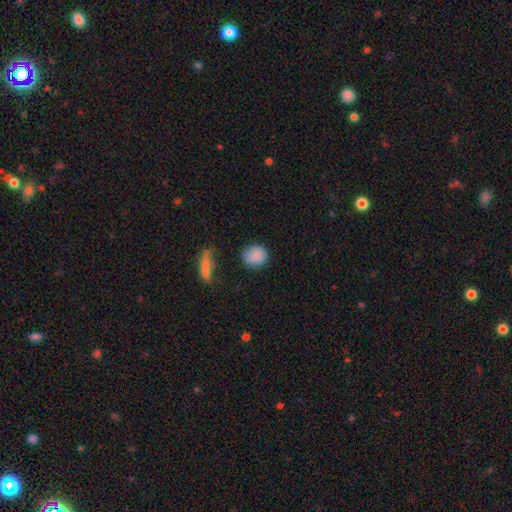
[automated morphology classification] type=smooth (86%); roundness=round (79%); merging=none (76%).